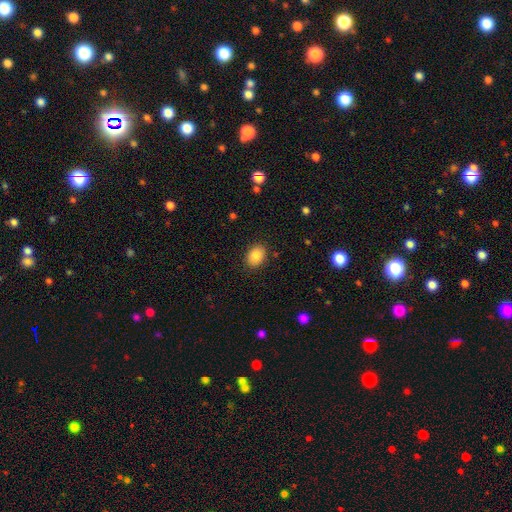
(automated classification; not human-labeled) smooth_or_featured: smooth (p=0.86) [alt: star or artifact p=0.08]
how_rounded: in between (p=0.69) [alt: round p=0.30]
merging: none (p=0.87) [alt: minor disturbance p=0.09]